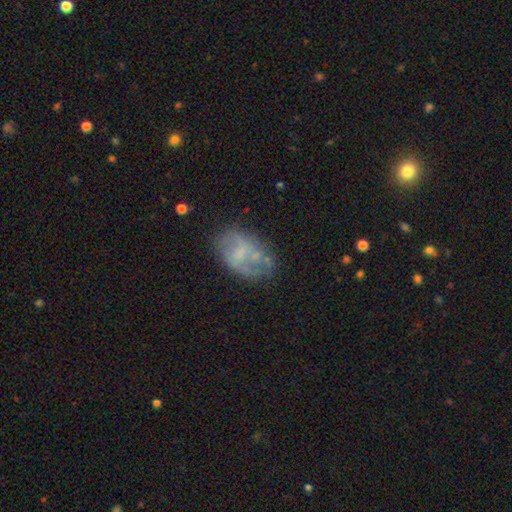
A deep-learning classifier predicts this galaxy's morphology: featured or disk 55%, smooth 36%, star or artifact 9%. Down the decision tree: edge-on disk — no (97%); bar — no (54%); spiral arms — no (53%); bulge size — none (45%); merging — none (50%).